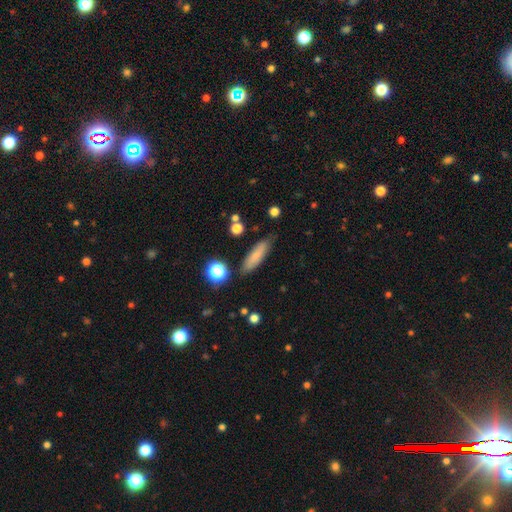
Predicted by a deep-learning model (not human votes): The model was most divided on "how rounded": cigar-shaped: 63%, in between: 34%, round: 3%. More confident: merging — none (82%); smooth or featured — smooth (77%).